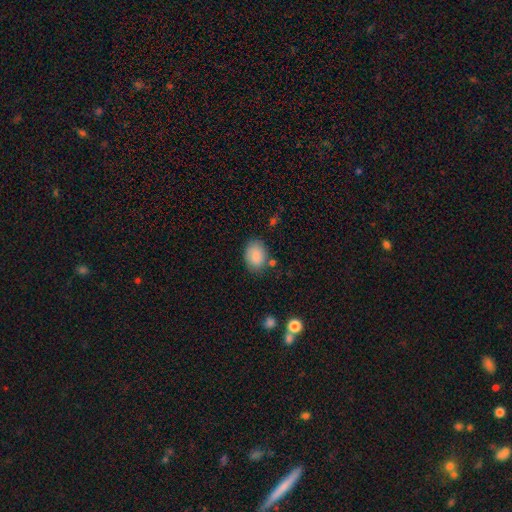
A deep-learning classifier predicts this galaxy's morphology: Q: Smooth or featured?
A: smooth (86%); runner-up: star or artifact (7%)
Q: How rounded?
A: in between (77%); runner-up: round (22%)
Q: Merging?
A: none (77%); runner-up: minor disturbance (15%)